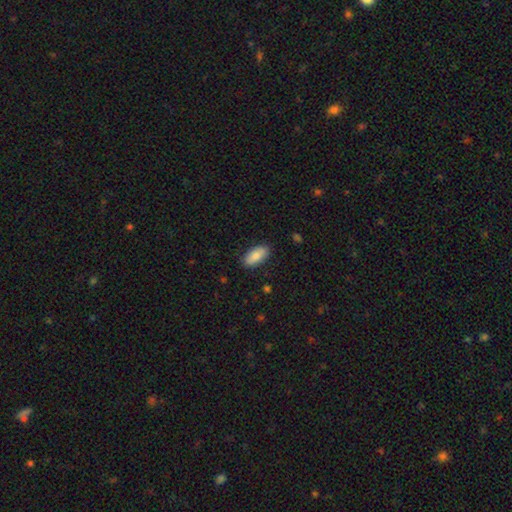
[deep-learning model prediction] A smooth galaxy with no disk features (85%) that is in between round and cigar-shaped (89%). Merging: none (87%).